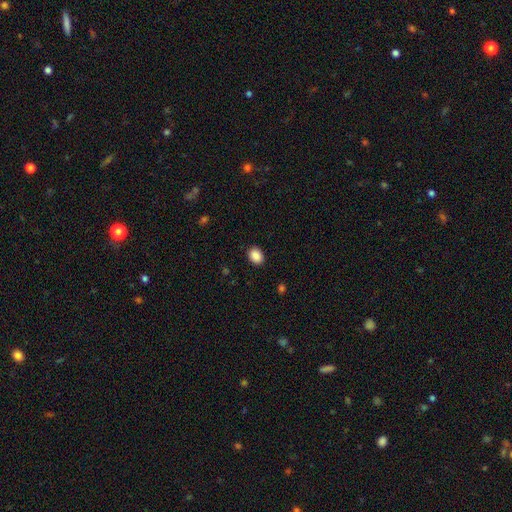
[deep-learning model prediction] This appears to be a smooth galaxy with no disk features (89%) that is in between round and cigar-shaped (59%). Merging: none (90%).